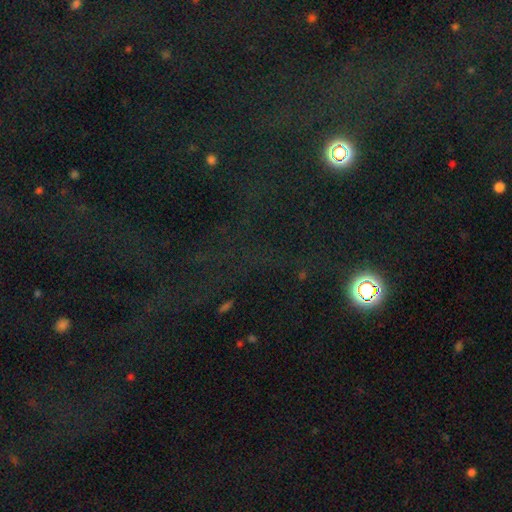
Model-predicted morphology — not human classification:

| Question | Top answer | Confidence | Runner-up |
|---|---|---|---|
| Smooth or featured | star or artifact | 72% | smooth (17%) |